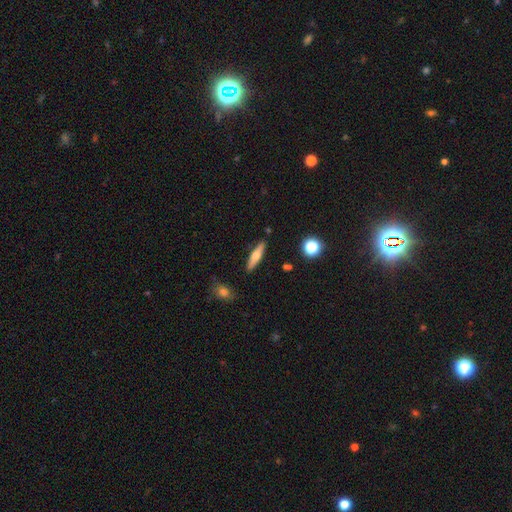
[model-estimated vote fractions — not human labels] A smooth galaxy with no disk features (48%).

Vote fractions:
- Smooth or featured? smooth: 48% / featured or disk: 45% / star or artifact: 7%
- Merging? none: 88% / minor disturbance: 8% / merger: 2% / major disturbance: 2%